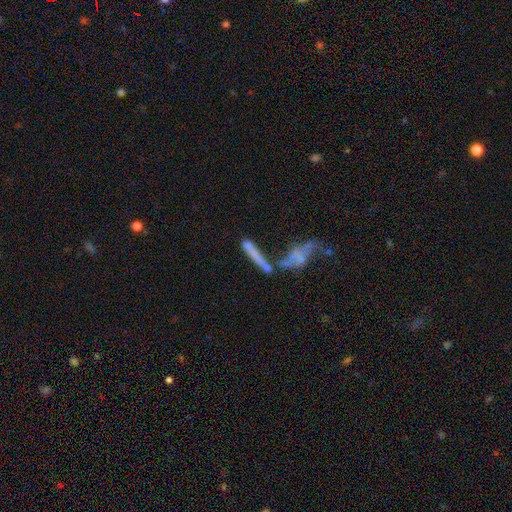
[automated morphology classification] Smooth or featured: smooth — 59% (featured or disk — 31%)
How rounded: cigar-shaped — 86% (in between — 11%)
Merging: merger — 41% (none — 31%)